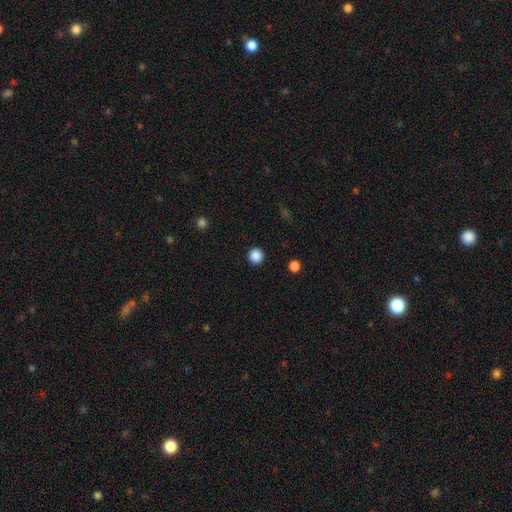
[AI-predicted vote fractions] smooth-or-featured: smooth: 87% | star or artifact: 10% | featured or disk: 2%
  how-rounded: round: 96% | in between: 3% | cigar-shaped: 1%
  merging: none: 93% | minor disturbance: 4% | major disturbance: 2% | merger: 1%